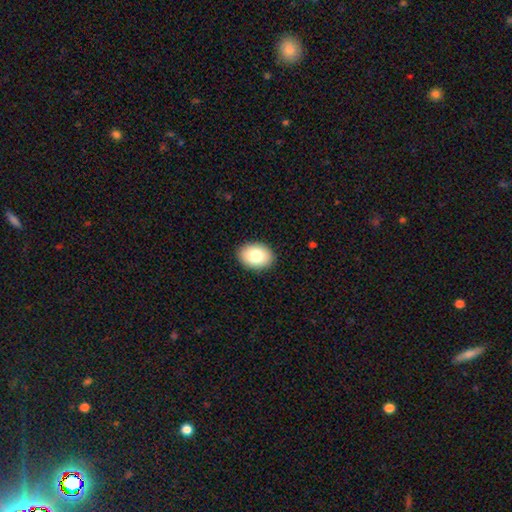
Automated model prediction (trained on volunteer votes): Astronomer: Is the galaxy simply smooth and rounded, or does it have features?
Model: smooth — 82%.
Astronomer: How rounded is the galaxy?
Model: in between — 75%.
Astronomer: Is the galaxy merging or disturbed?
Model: none — 90%.